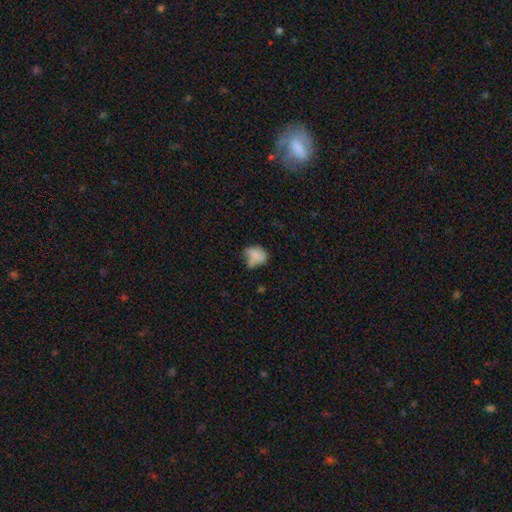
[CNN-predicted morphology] smooth_or_featured: smooth (p=0.70) [alt: featured or disk p=0.19]
how_rounded: in between (p=0.67) [alt: round p=0.31]
merging: none (p=0.32) [alt: minor disturbance p=0.31]